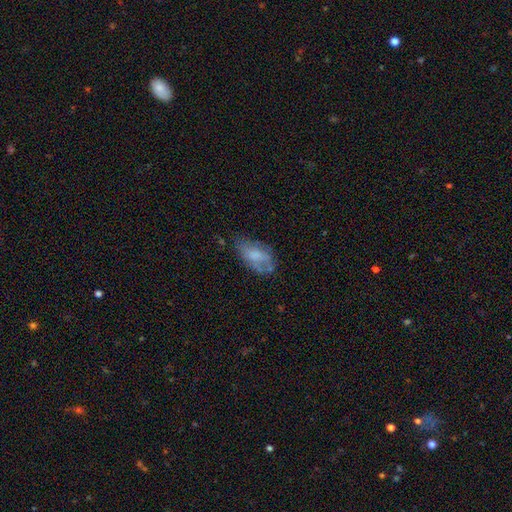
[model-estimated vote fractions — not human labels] The model was most divided on "merging": none: 49%, minor disturbance: 30%, major disturbance: 16%, merger: 5%. More confident: how rounded — in between (91%); smooth or featured — smooth (61%).